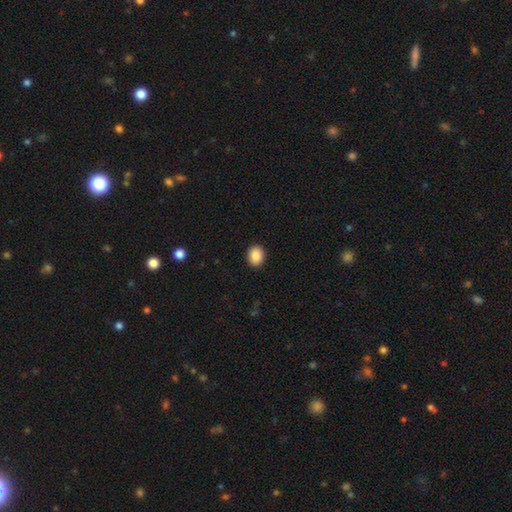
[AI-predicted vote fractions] A smooth galaxy with no disk features (89%) that is round (51%).

Vote fractions:
- Smooth or featured? smooth: 89% / star or artifact: 8% / featured or disk: 3%
- How rounded? round: 51% / in between: 48% / cigar-shaped: 1%
- Merging? none: 91% / minor disturbance: 6% / major disturbance: 2% / merger: 1%